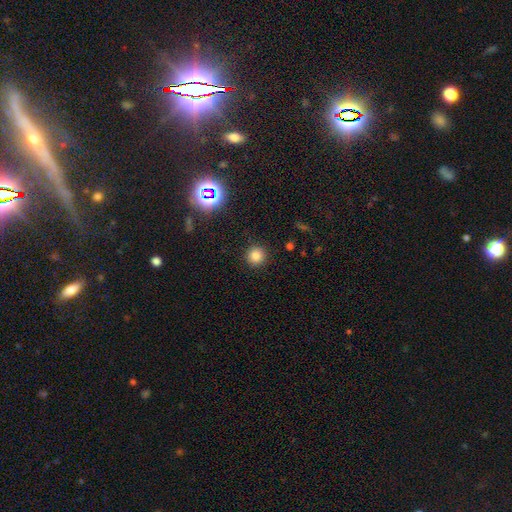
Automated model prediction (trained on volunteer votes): The model was most divided on "smooth or featured": smooth: 81%, star or artifact: 13%, featured or disk: 5%. More confident: how rounded — round (94%); merging — none (91%).